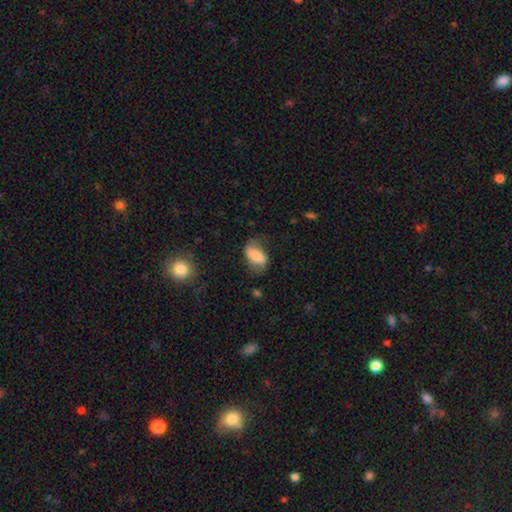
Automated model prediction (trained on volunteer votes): A smooth galaxy with no disk features (60%) that is in between round and cigar-shaped (89%).

Vote fractions:
- Smooth or featured? smooth: 60% / featured or disk: 32% / star or artifact: 8%
- How rounded? in between: 89% / round: 6% / cigar-shaped: 4%
- Merging? none: 53% / minor disturbance: 28% / major disturbance: 17% / merger: 2%